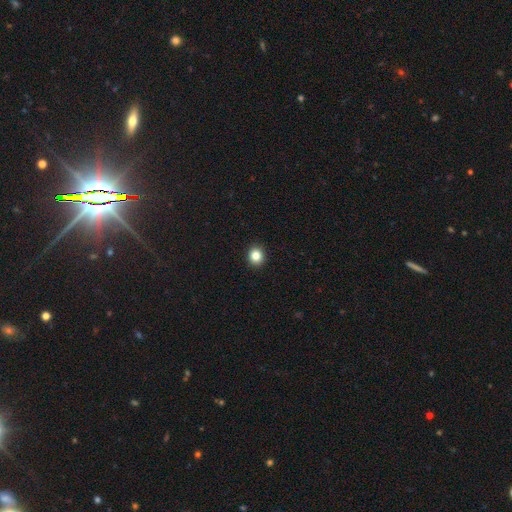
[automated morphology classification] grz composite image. It shows a smooth galaxy with no disk features (85%) that is round (79%). Merging: none (93%).